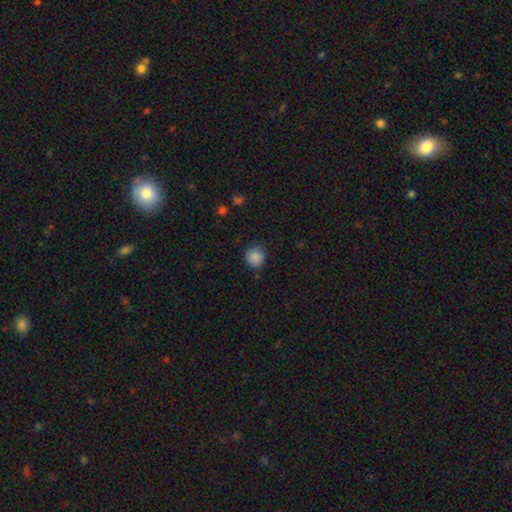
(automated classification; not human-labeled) This is clearly a smooth galaxy (86%). How rounded: clearly round (91%). Merging: clearly none (82%).